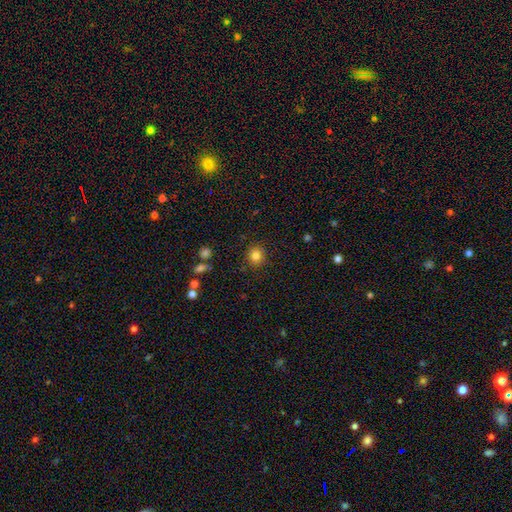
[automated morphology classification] Smooth or featured? smooth (83%)
How rounded? round (88%)
Merging? none (89%)